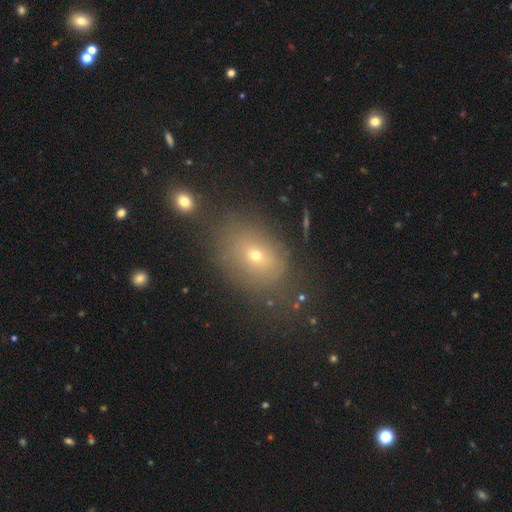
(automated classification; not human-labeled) Smooth or featured?
  - smooth: 61% *
  - star or artifact: 20%
  - featured or disk: 19%
How rounded?
  - in between: 65% *
  - round: 34%
  - cigar-shaped: 2%
Merging?
  - none: 65% *
  - minor disturbance: 17%
  - major disturbance: 10%
  - merger: 7%